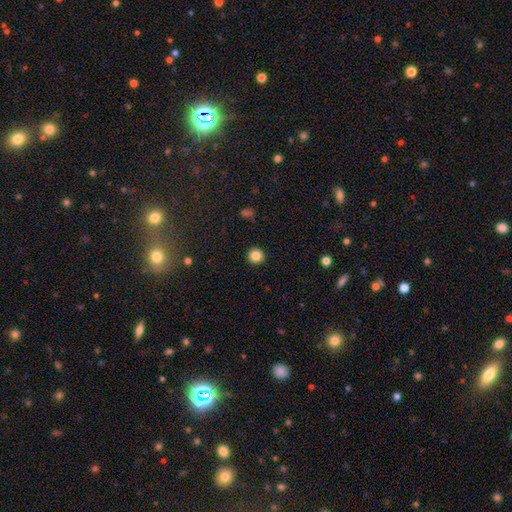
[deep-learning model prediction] Morphology: type=smooth (85%); roundness=round (94%); merging=none (93%).